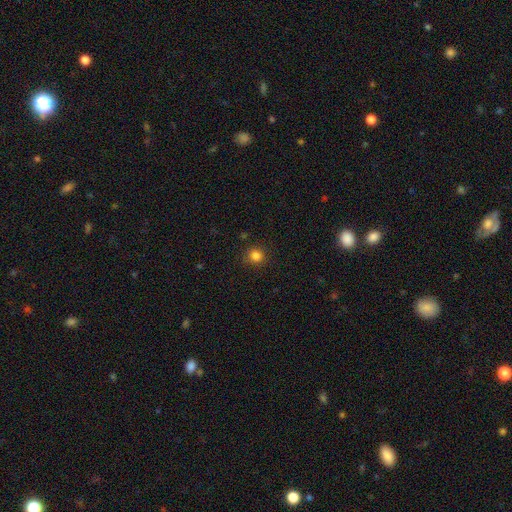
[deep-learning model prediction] The model was most divided on "smooth or featured": smooth: 83%, star or artifact: 13%, featured or disk: 4%. More confident: how rounded — round (92%); merging — none (89%).